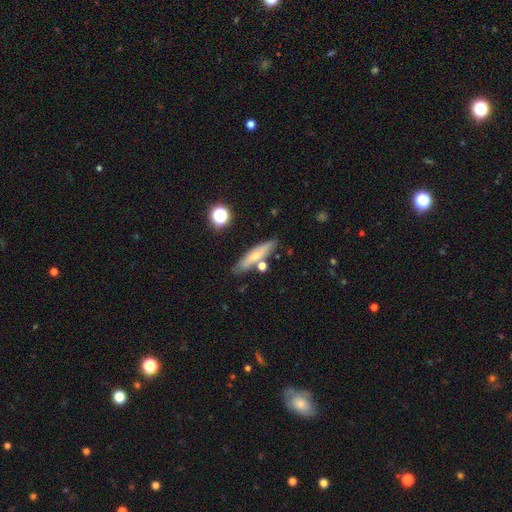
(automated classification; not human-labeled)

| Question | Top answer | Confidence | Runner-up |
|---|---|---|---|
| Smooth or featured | smooth | 56% | featured or disk (35%) |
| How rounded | cigar-shaped | 76% | in between (21%) |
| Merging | none | 75% | minor disturbance (13%) |